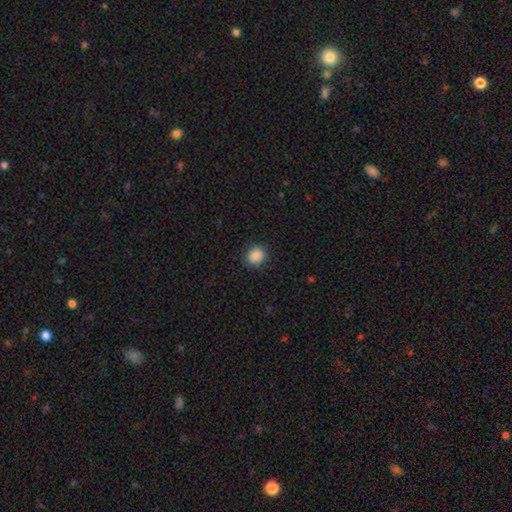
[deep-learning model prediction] This appears to be a smooth galaxy with no disk features (88%) that is round (81%). Merging: none (89%).